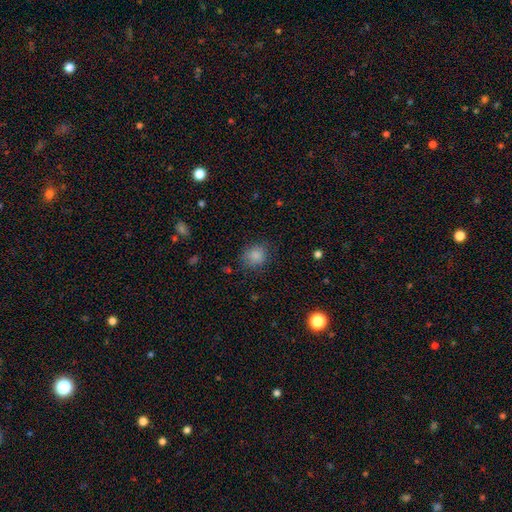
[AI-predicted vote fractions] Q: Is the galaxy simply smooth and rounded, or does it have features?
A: smooth — 85%.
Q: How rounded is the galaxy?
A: round — 69%.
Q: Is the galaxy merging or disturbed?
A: none — 78%.